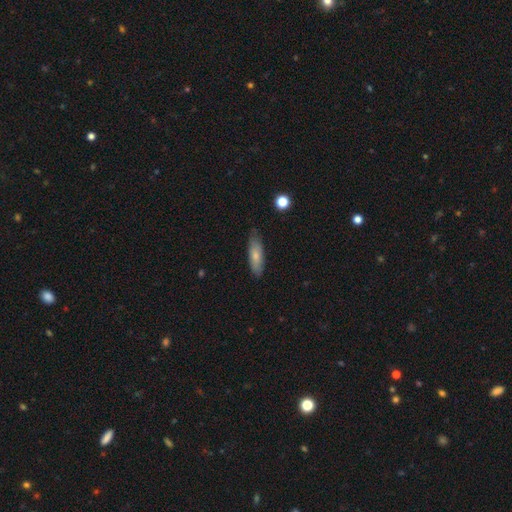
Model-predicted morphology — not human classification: Overall: smooth (73%). How rounded: cigar-shaped (50%; in between 48%). Merging: none (76%).